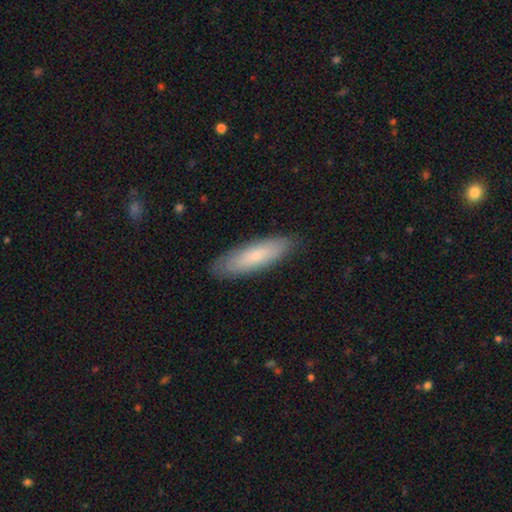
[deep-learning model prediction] Smooth or featured?
  - smooth: 67% *
  - featured or disk: 27%
  - star or artifact: 6%
How rounded?
  - cigar-shaped: 57% *
  - in between: 41%
  - round: 2%
Merging?
  - none: 85% *
  - minor disturbance: 11%
  - major disturbance: 2%
  - merger: 1%